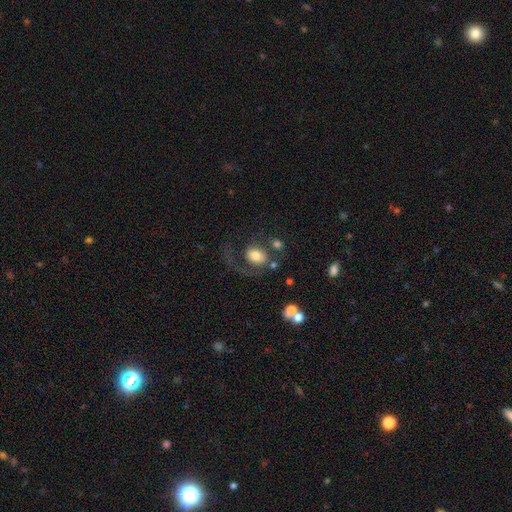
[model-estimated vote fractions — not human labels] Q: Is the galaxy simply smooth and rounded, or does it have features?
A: smooth — 62%.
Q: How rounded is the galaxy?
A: in between — 53%.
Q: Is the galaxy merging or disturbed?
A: none — 41%.